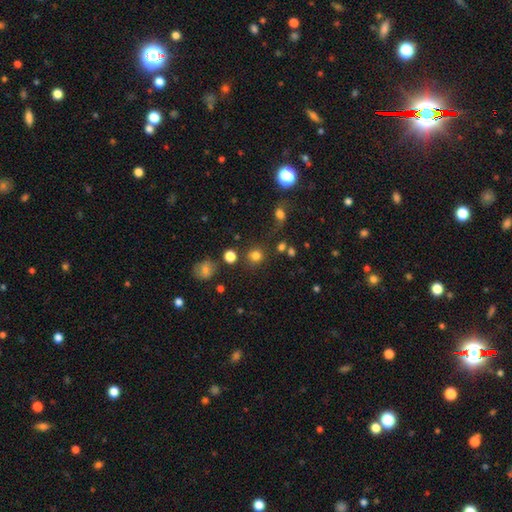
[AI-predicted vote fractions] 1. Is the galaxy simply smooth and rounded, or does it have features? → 79% smooth, 15% star or artifact, 6% featured or disk.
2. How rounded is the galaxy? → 89% round, 10% in between, 1% cigar-shaped.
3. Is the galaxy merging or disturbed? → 77% none, 9% minor disturbance, 8% merger, 5% major disturbance.